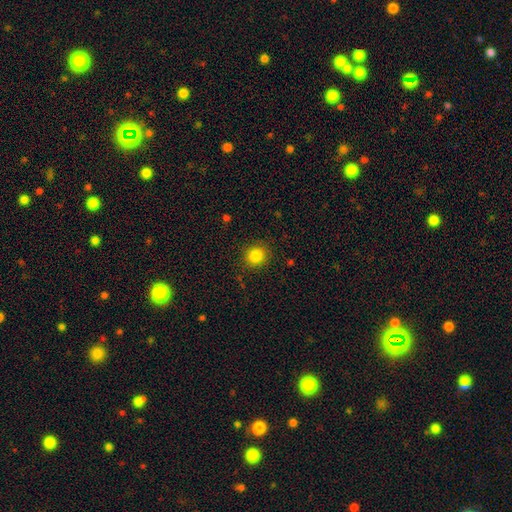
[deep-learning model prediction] A smooth galaxy with no disk features (85%) that is round (86%).

Vote fractions:
- Smooth or featured? smooth: 85% / star or artifact: 11% / featured or disk: 4%
- How rounded? round: 86% / in between: 13% / cigar-shaped: 1%
- Merging? none: 89% / minor disturbance: 7% / major disturbance: 3% / merger: 1%